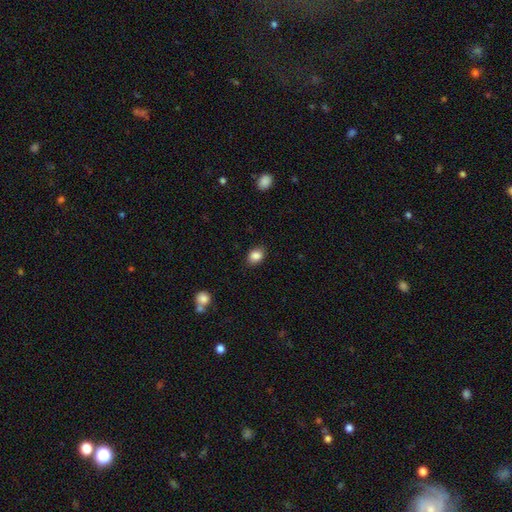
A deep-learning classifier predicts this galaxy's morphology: type=smooth (87%); roundness=in between (67%); merging=none (85%).